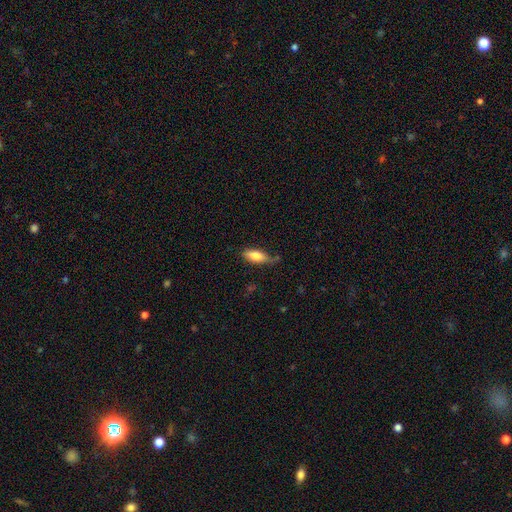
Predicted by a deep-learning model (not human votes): Smooth or featured? smooth (79%)
How rounded? in between (76%)
Merging? none (54%)